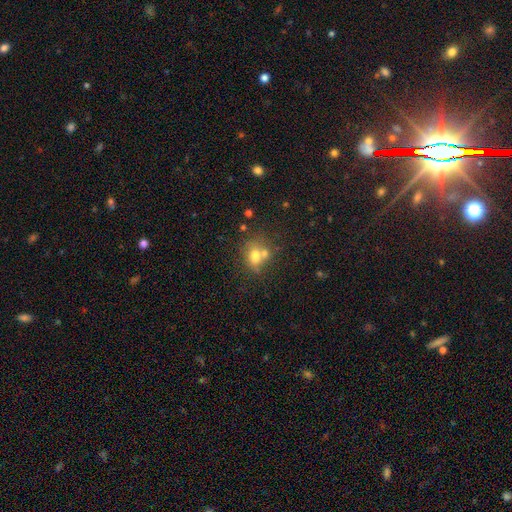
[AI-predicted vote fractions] This is likely a smooth galaxy (70%). How rounded: possibly round (53%). Merging: marginally none (42%).